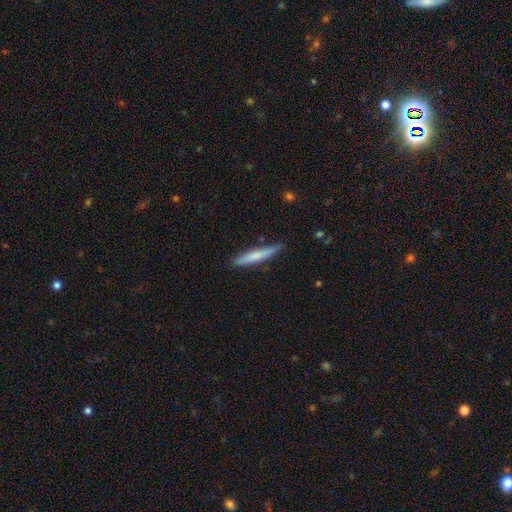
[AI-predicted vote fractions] Q: Smooth or featured?
A: smooth (66%); runner-up: featured or disk (28%)
Q: How rounded?
A: cigar-shaped (94%); runner-up: in between (5%)
Q: Merging?
A: none (85%); runner-up: minor disturbance (12%)